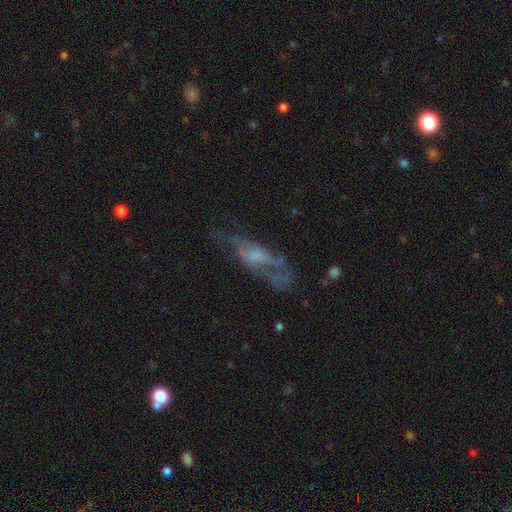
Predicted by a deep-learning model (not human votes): This is likely a featured or disk galaxy (62%). It is likely not viewed edge-on (75%). Merging: marginally none (40%).